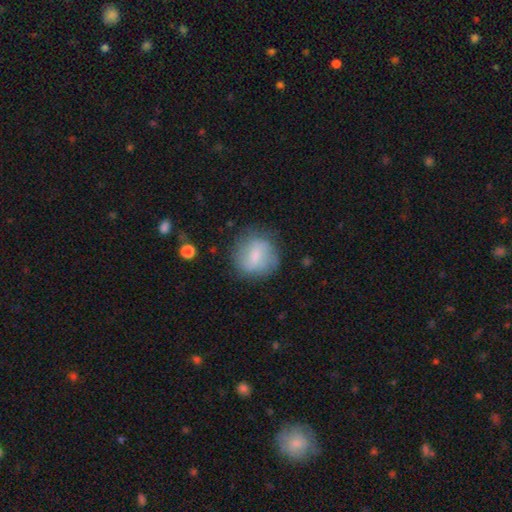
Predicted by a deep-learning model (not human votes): Smooth or featured? Predicted: smooth (p=0.59). How rounded? Predicted: round (p=0.84). Merging? Predicted: none (p=0.72).